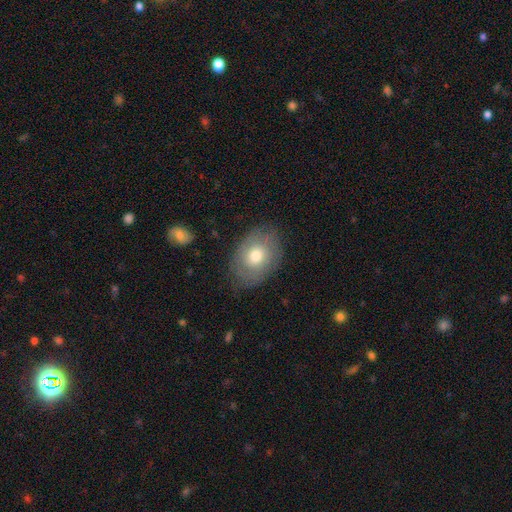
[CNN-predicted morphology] smooth_or_featured: smooth (p=0.62) [alt: featured or disk p=0.30]
how_rounded: in between (p=0.73) [alt: round p=0.26]
merging: none (p=0.76) [alt: minor disturbance p=0.17]